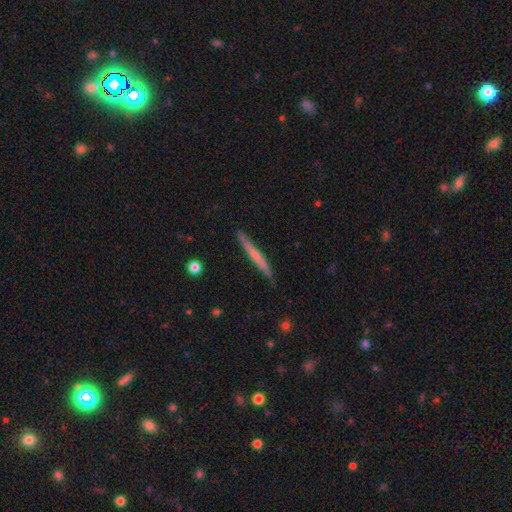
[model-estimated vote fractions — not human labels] Q: Smooth or featured?
A: smooth (51%); runner-up: featured or disk (43%)
Q: How rounded?
A: cigar-shaped (96%); runner-up: in between (2%)
Q: Merging?
A: none (87%); runner-up: minor disturbance (10%)